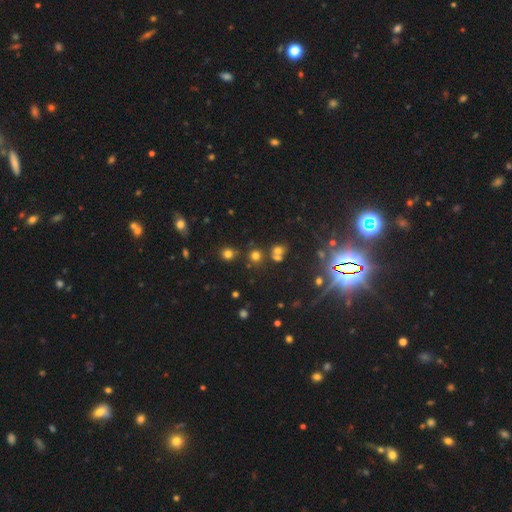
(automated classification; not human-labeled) The model was most divided on "smooth or featured": smooth: 65%, star or artifact: 27%, featured or disk: 8%. More confident: how rounded — round (89%); merging — none (71%).